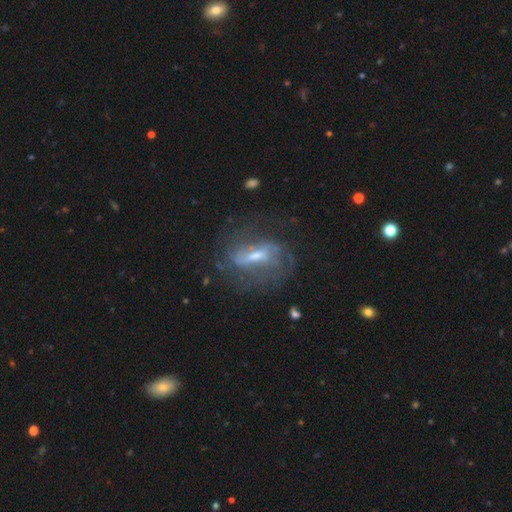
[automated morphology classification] Overall: featured or disk (74%). Edge-on disk: no (86%). Bar: strong (44%; weak 40%). Spiral arms: yes (76%). Bulge size: moderate (46%; small 41%). Merging: none (60%).